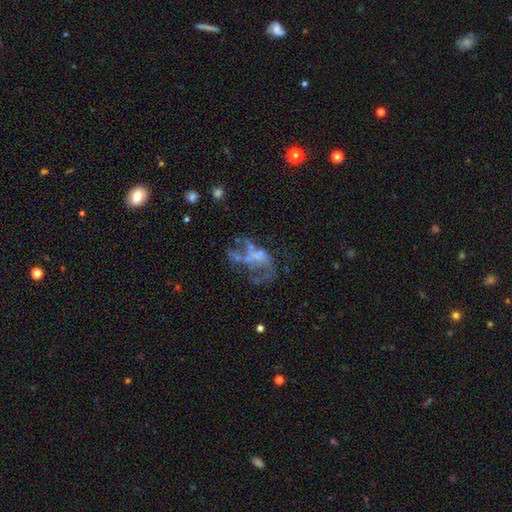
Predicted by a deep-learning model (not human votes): This appears to be a featured or disk galaxy (66%) with no bar (80%), no spiral arms (75%) and no central bulge (71%). Merging: major disturbance (42%).